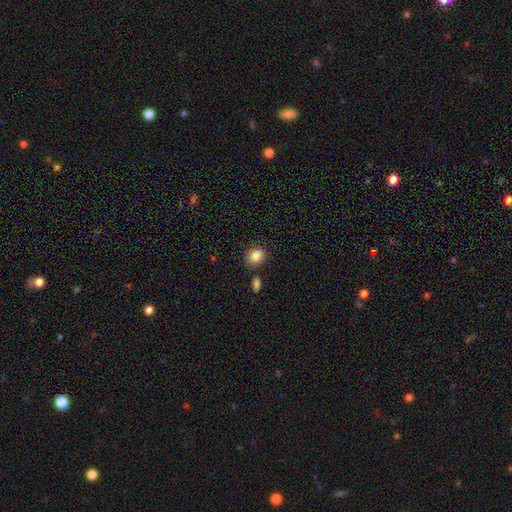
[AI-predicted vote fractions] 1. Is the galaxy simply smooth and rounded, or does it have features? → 86% smooth, 9% star or artifact, 5% featured or disk.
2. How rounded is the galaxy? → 64% round, 35% in between, 1% cigar-shaped.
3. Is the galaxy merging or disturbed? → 74% none, 13% minor disturbance, 9% merger, 3% major disturbance.